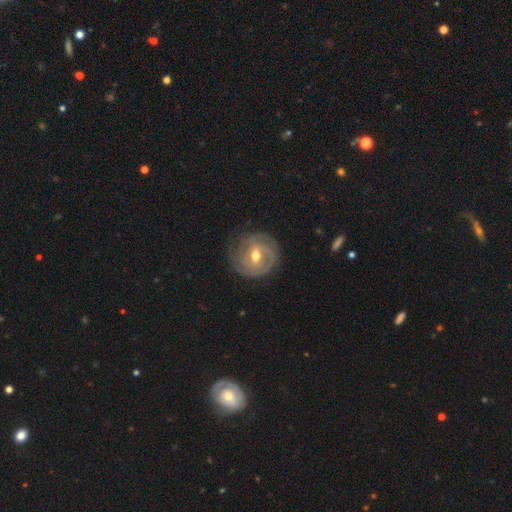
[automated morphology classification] Q: Smooth or featured?
A: featured or disk (75%); runner-up: smooth (20%)
Q: Edge-on disk?
A: no (97%); runner-up: yes (3%)
Q: Bar?
A: weak (52%); runner-up: no (29%)
Q: Spiral arms?
A: yes (83%); runner-up: no (17%)
Q: Spiral winding?
A: tight (69%); runner-up: medium (22%)
Q: Spiral arm count?
A: can't tell (38%); runner-up: 2 (31%)
Q: Bulge size?
A: moderate (73%); runner-up: small (21%)
Q: Merging?
A: none (73%); runner-up: minor disturbance (18%)